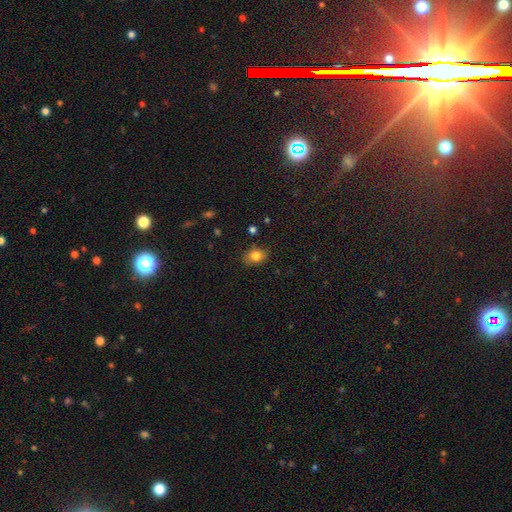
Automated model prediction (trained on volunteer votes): Q: Smooth or featured?
A: smooth (82%); runner-up: star or artifact (10%)
Q: How rounded?
A: in between (71%); runner-up: round (28%)
Q: Merging?
A: none (80%); runner-up: minor disturbance (15%)